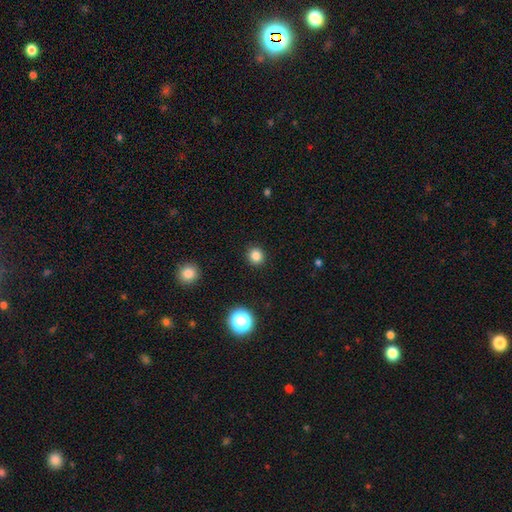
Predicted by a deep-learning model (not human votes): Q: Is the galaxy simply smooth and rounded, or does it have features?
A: smooth — 83%.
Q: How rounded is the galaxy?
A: round — 89%.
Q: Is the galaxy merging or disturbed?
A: none — 92%.